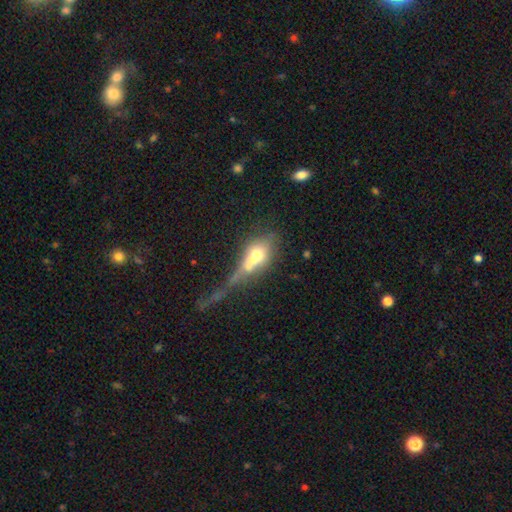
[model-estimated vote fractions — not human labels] This appears to be a smooth galaxy with no disk features (50%). Merging: merger (47%).